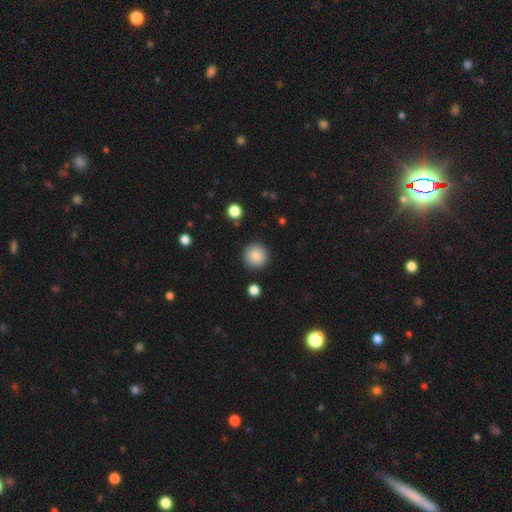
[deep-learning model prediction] A smooth galaxy with no disk features (86%) that is round (95%). Merging: none (91%).